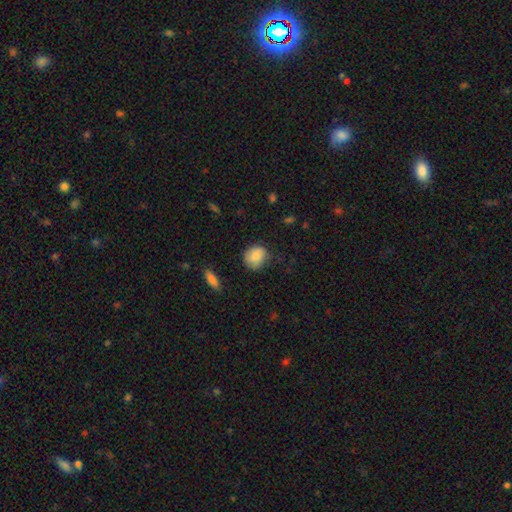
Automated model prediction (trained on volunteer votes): A smooth galaxy with no disk features (82%) that is round (69%). Merging: none (70%).